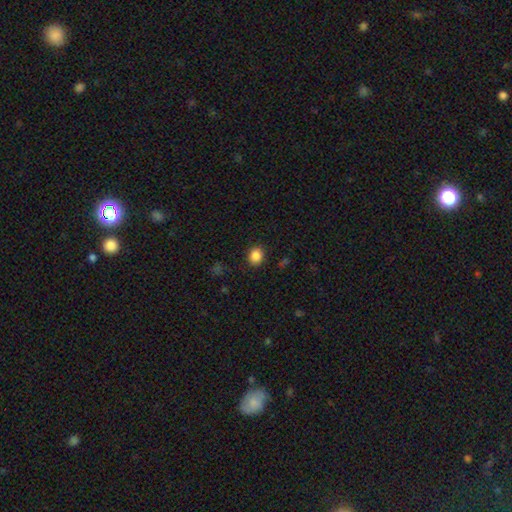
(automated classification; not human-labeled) Smooth or featured?
  - smooth: 86% *
  - star or artifact: 10%
  - featured or disk: 4%
How rounded?
  - round: 66% *
  - in between: 33%
  - cigar-shaped: 1%
Merging?
  - none: 88% *
  - minor disturbance: 8%
  - major disturbance: 2%
  - merger: 1%